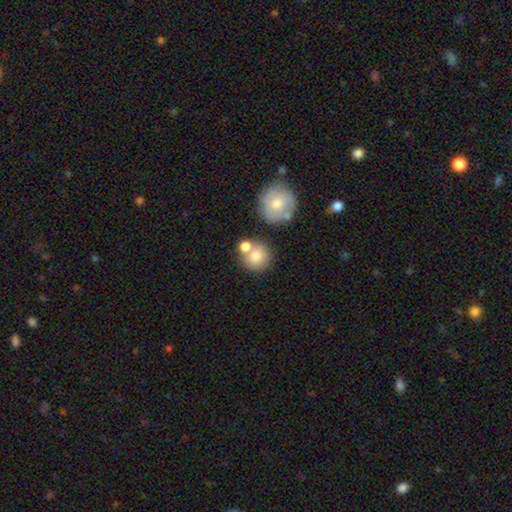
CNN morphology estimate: The model was most divided on "merging": none: 55%, merger: 31%, minor disturbance: 10%, major disturbance: 4%. More confident: how rounded — round (89%); smooth or featured — smooth (76%).